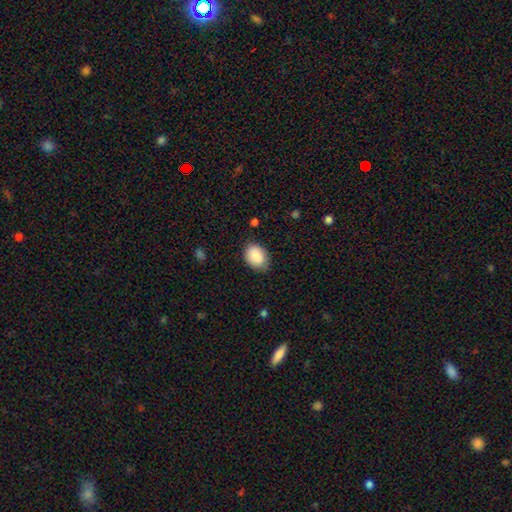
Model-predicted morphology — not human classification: Q: Smooth or featured?
A: smooth (89%); runner-up: star or artifact (7%)
Q: How rounded?
A: in between (72%); runner-up: round (27%)
Q: Merging?
A: none (78%); runner-up: minor disturbance (17%)